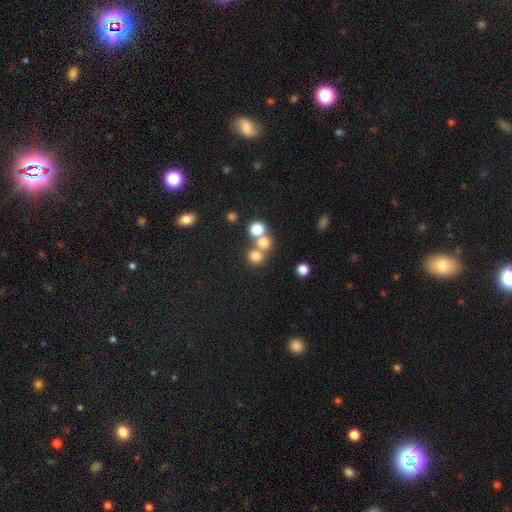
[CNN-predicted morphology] Smooth or featured? Predicted: smooth (p=0.73). How rounded? Predicted: round (p=0.85). Merging? Predicted: none (p=0.54).